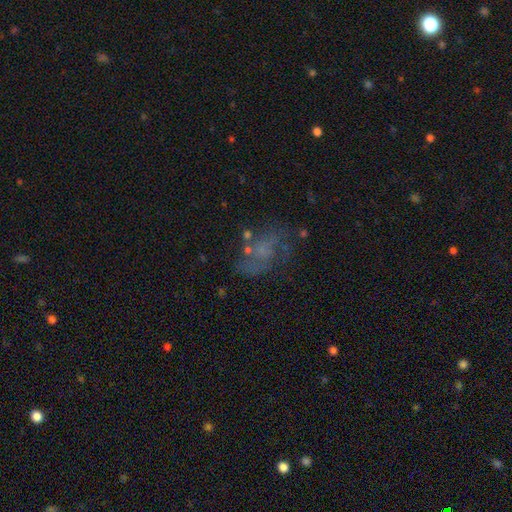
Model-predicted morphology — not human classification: The model was most divided on "spiral arms": yes: 52%, no: 48%. More confident: edge-on disk — no (96%); bar — no (76%); bulge size — none (61%); smooth or featured — featured or disk (53%); merging — none (51%).